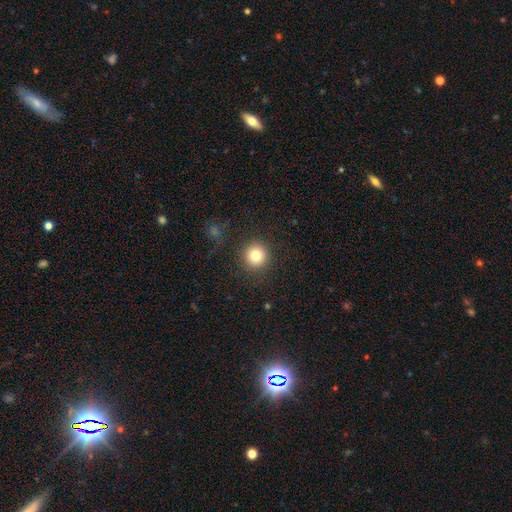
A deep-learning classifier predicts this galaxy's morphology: type=smooth (80%); roundness=round (95%); merging=none (90%).